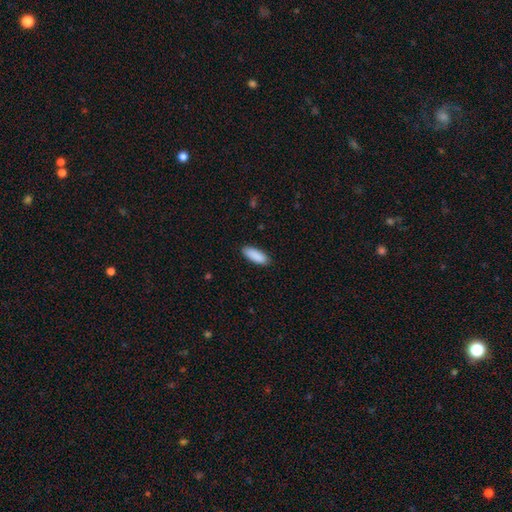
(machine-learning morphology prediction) This is clearly a smooth galaxy (91%). How rounded: likely in between (71%). Merging: clearly none (89%).